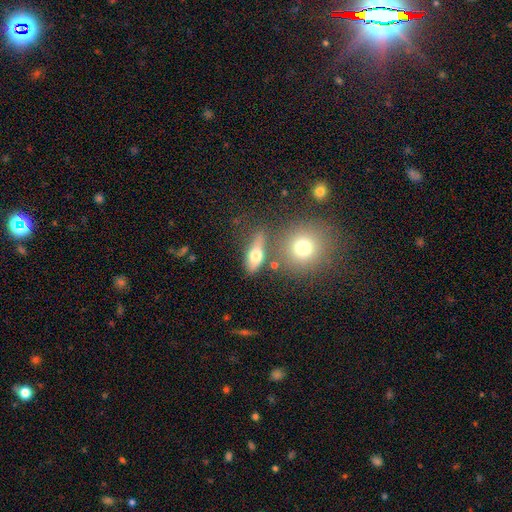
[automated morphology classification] Smooth or featured?
  - smooth: 64% *
  - featured or disk: 24%
  - star or artifact: 12%
How rounded?
  - in between: 58% *
  - cigar-shaped: 23%
  - round: 19%
Merging?
  - none: 60% *
  - merger: 17%
  - minor disturbance: 15%
  - major disturbance: 8%